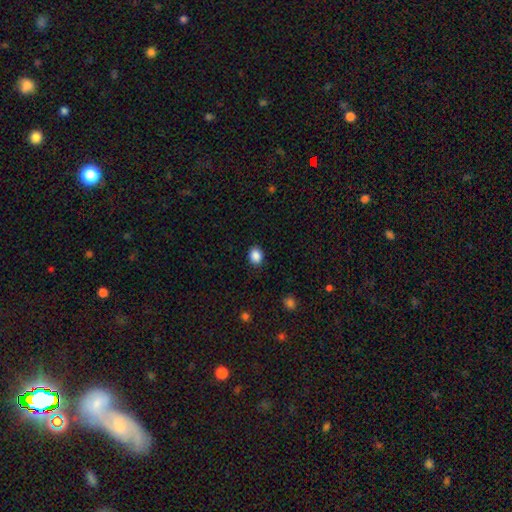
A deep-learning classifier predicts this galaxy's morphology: smooth-or-featured: smooth: 88% | star or artifact: 9% | featured or disk: 3%
  how-rounded: round: 59% | in between: 40% | cigar-shaped: 1%
  merging: none: 89% | minor disturbance: 8% | major disturbance: 2% | merger: 1%